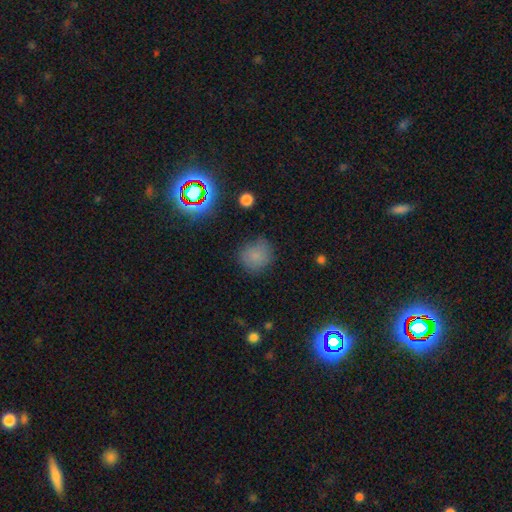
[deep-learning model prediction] smooth_or_featured: smooth (p=0.77) [alt: star or artifact p=0.15]
how_rounded: round (p=0.83) [alt: in between p=0.16]
merging: none (p=0.73) [alt: minor disturbance p=0.19]